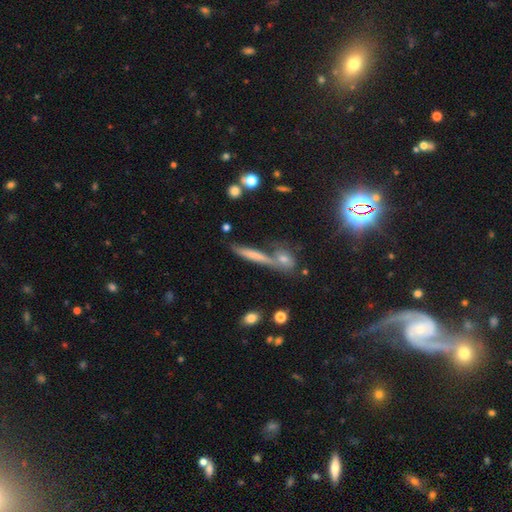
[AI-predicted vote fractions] Q: Smooth or featured?
A: smooth (54%); runner-up: featured or disk (31%)
Q: How rounded?
A: cigar-shaped (85%); runner-up: in between (11%)
Q: Merging?
A: none (63%); runner-up: merger (21%)